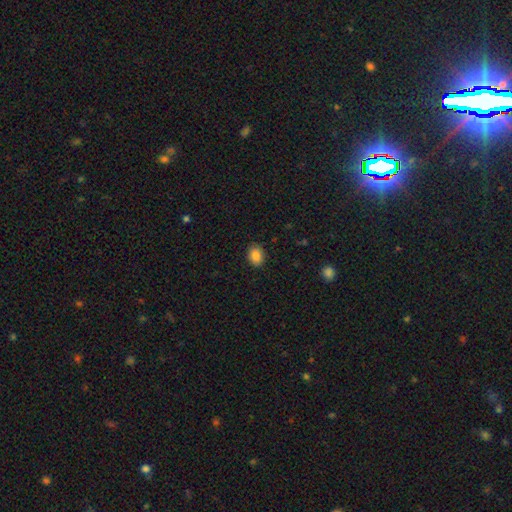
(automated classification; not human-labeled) Smooth or featured? smooth (85%)
How rounded? in between (61%)
Merging? none (89%)